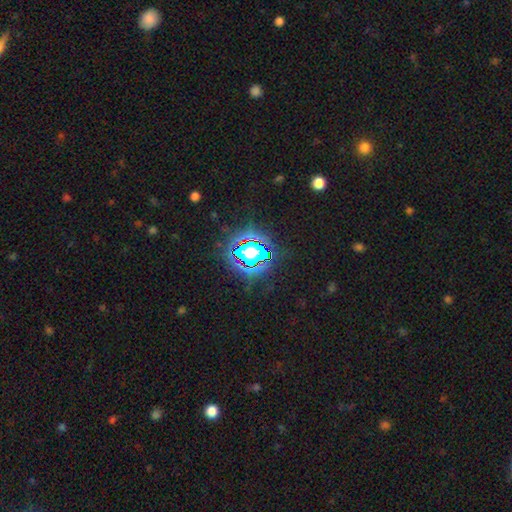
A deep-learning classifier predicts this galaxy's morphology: Smooth or featured? Predicted: star or artifact (p=0.80).